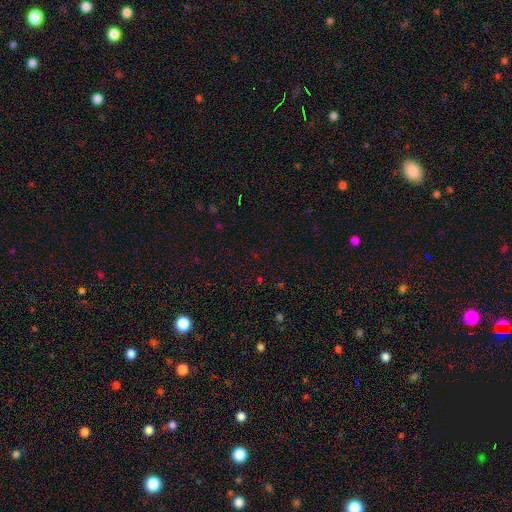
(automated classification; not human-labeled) star or artifact 67%, smooth 26%, featured or disk 7%.